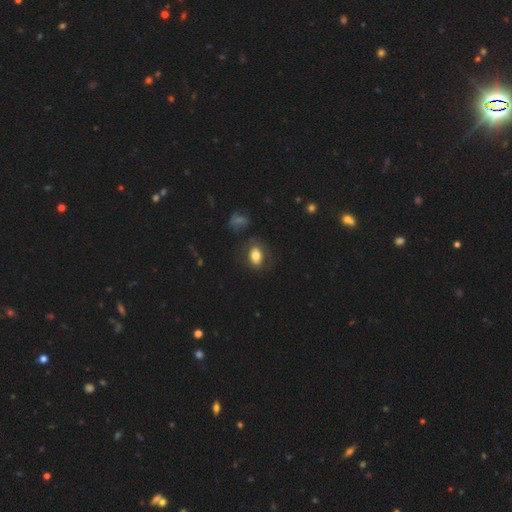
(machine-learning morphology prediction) This is likely a smooth galaxy (77%). How rounded: likely in between (78%). Merging: likely none (73%).